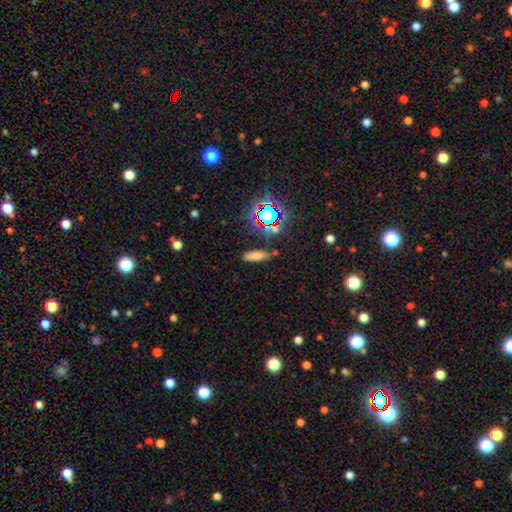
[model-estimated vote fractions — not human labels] Smooth or featured: smooth — 68% (star or artifact — 19%)
How rounded: in between — 55% (cigar-shaped — 40%)
Merging: none — 76% (minor disturbance — 15%)